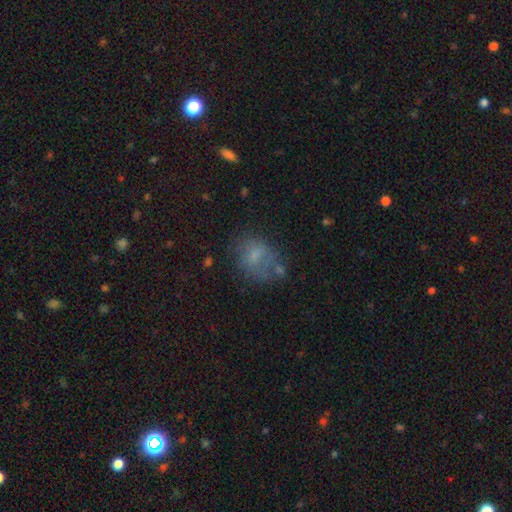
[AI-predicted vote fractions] smooth_or_featured: smooth (p=0.60) [alt: featured or disk p=0.26]
how_rounded: in between (p=0.54) [alt: round p=0.45]
merging: none (p=0.46) [alt: minor disturbance p=0.25]